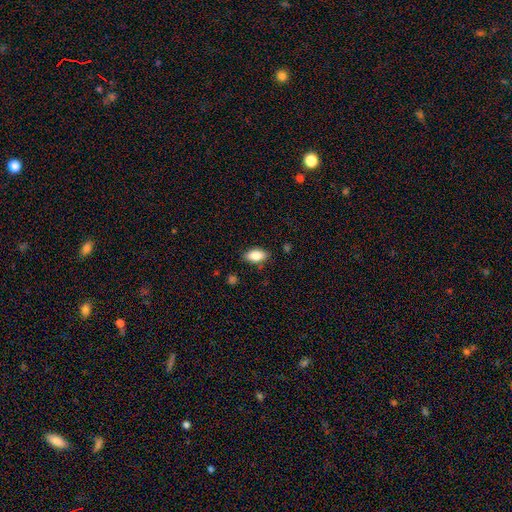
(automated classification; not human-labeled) smooth_or_featured: smooth (p=0.84) [alt: featured or disk p=0.09]
how_rounded: in between (p=0.91) [alt: cigar-shaped p=0.05]
merging: none (p=0.85) [alt: minor disturbance p=0.11]